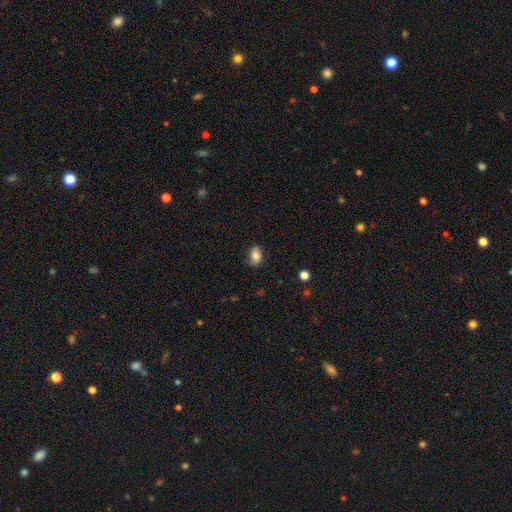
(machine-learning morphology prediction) Smooth or featured?
  - smooth: 80% *
  - featured or disk: 11%
  - star or artifact: 9%
How rounded?
  - in between: 80% *
  - round: 18%
  - cigar-shaped: 2%
Merging?
  - none: 79% *
  - minor disturbance: 17%
  - major disturbance: 4%
  - merger: 1%